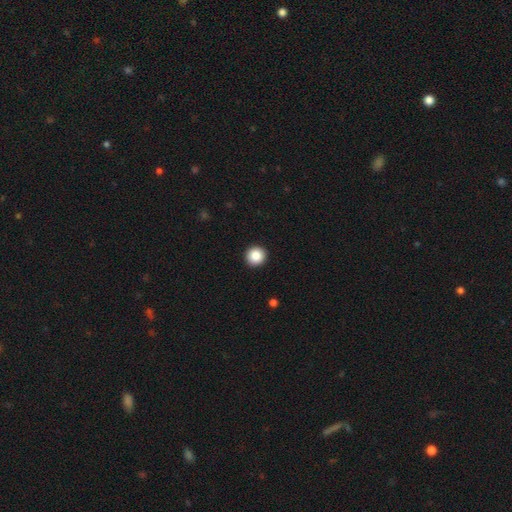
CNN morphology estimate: This appears to be a smooth galaxy with no disk features (87%) that is round (95%). Merging: none (93%).